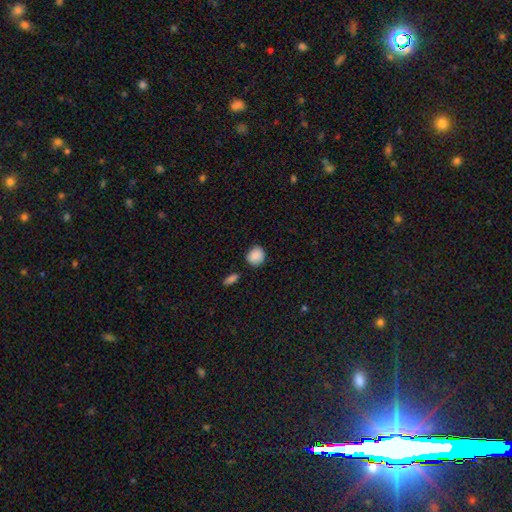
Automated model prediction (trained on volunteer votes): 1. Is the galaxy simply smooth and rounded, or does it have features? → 89% smooth, 8% star or artifact, 4% featured or disk.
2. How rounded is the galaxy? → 71% round, 28% in between, 1% cigar-shaped.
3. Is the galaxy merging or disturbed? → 80% none, 13% minor disturbance, 4% merger, 3% major disturbance.